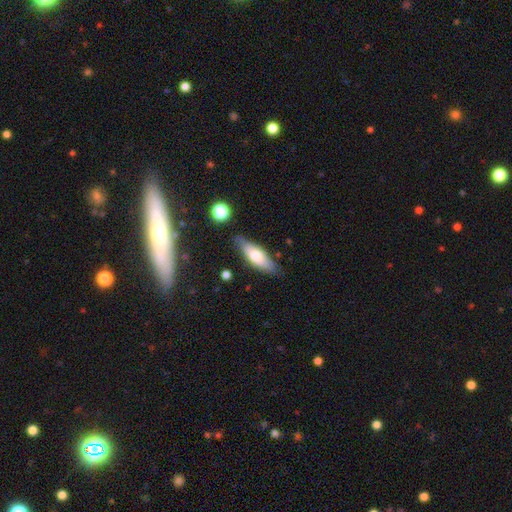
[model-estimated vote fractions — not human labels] Q: Smooth or featured?
A: smooth (65%); runner-up: featured or disk (29%)
Q: How rounded?
A: in between (60%); runner-up: cigar-shaped (38%)
Q: Merging?
A: none (76%); runner-up: minor disturbance (17%)